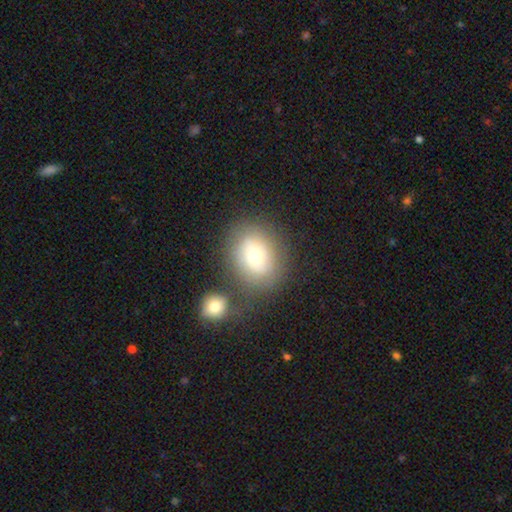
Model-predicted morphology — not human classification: The model was most divided on "how rounded": round: 62%, in between: 37%, cigar-shaped: 1%. More confident: smooth or featured — smooth (67%); merging — none (64%).